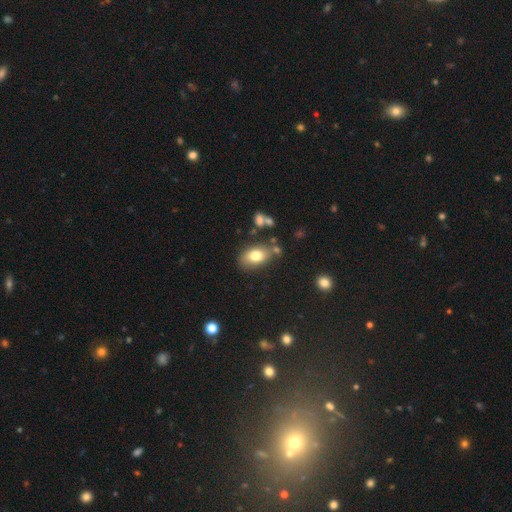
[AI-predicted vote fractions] Overall: smooth (77%). How rounded: in between (86%). Merging: none (71%).